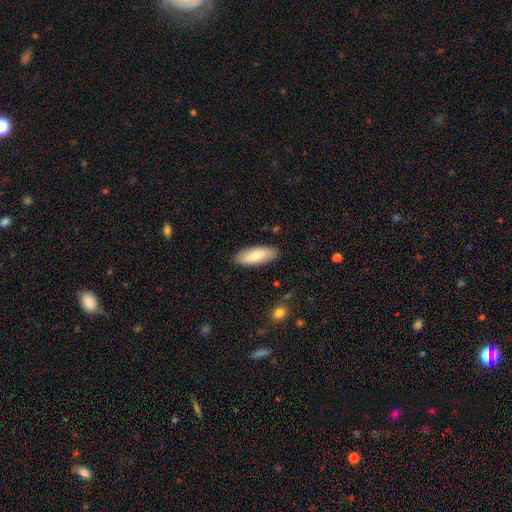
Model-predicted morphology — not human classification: smooth 80%, featured or disk 15%, star or artifact 6%. Down the decision tree: how rounded — in between (76%); merging — none (87%).